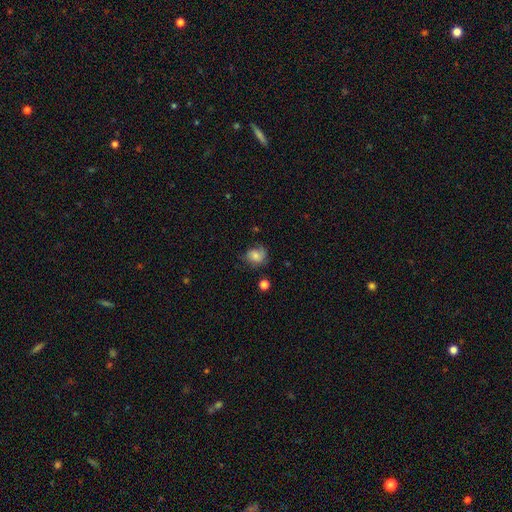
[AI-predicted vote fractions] Smooth or featured? smooth (65%)
How rounded? round (61%)
Merging? none (57%)